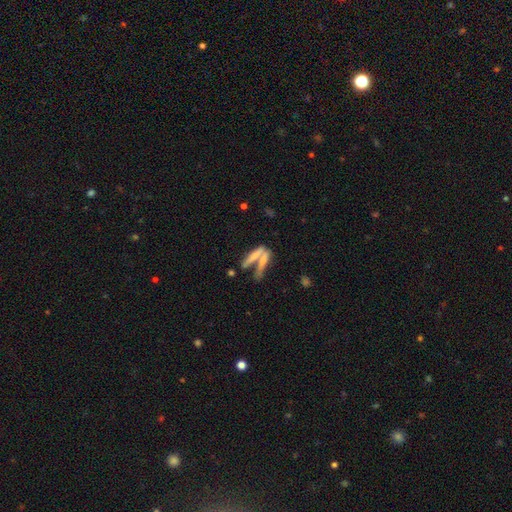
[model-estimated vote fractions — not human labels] Overall: smooth (56%; featured or disk 34%). How rounded: cigar-shaped (82%). Merging: merger (51%; none 33%).